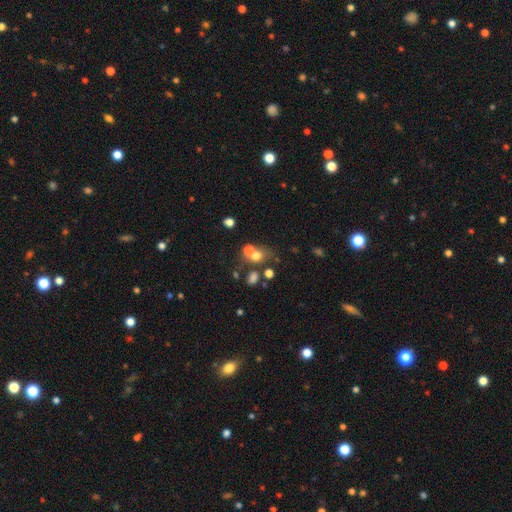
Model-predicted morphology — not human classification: A smooth galaxy with no disk features (62%) that is round (62%).

Vote fractions:
- Smooth or featured? smooth: 62% / star or artifact: 19% / featured or disk: 19%
- How rounded? round: 62% / in between: 37% / cigar-shaped: 1%
- Merging? merger: 45% / none: 39% / minor disturbance: 9% / major disturbance: 7%